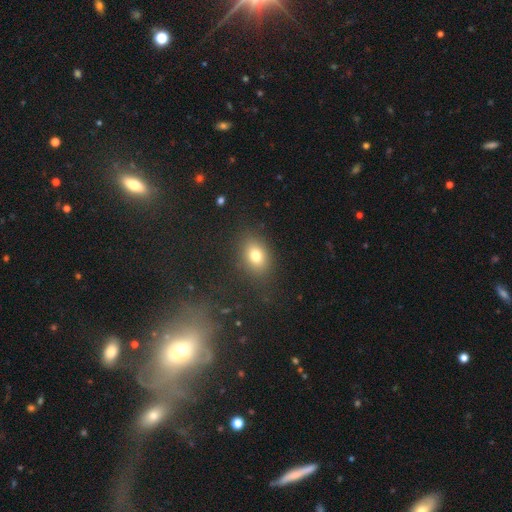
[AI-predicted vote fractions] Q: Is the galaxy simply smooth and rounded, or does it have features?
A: smooth — 77%.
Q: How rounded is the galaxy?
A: in between — 72%.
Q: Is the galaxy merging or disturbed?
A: none — 82%.